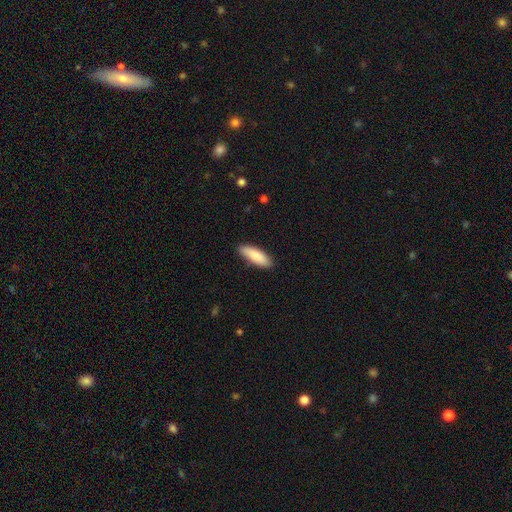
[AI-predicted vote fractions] smooth 86%, featured or disk 9%, star or artifact 5%. Down the decision tree: how rounded — in between (53%); merging — none (87%).